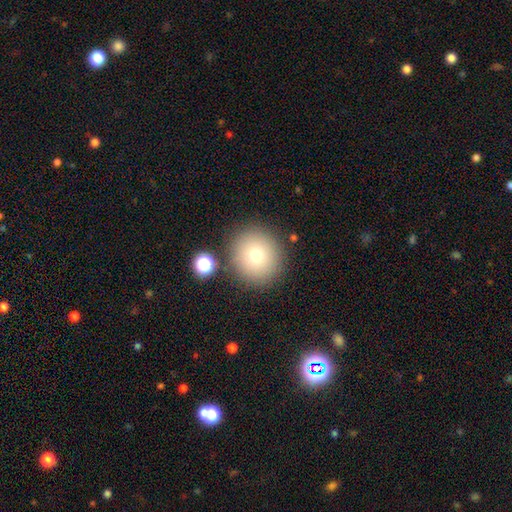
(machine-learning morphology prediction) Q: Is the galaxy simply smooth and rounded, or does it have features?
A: smooth — 74%.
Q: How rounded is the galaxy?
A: round — 93%.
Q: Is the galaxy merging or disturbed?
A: none — 84%.